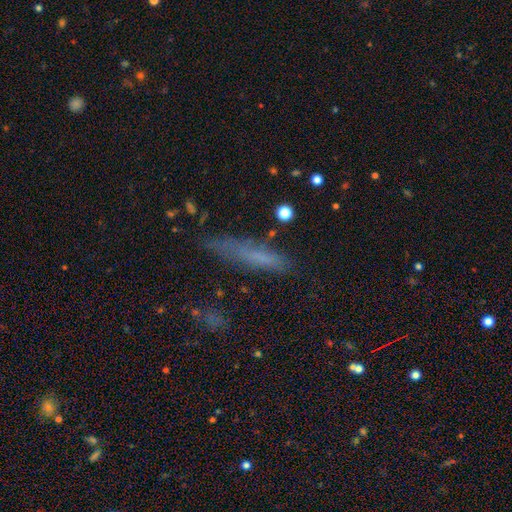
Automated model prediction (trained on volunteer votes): smooth 59%, featured or disk 24%, star or artifact 16%. Down the decision tree: how rounded — cigar-shaped (86%); merging — none (70%).